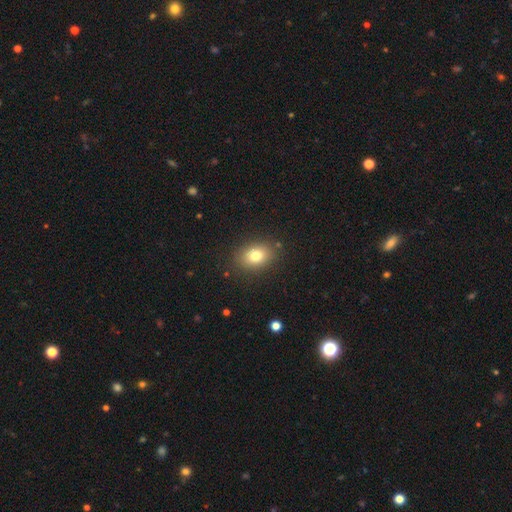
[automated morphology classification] Smooth or featured?
  - smooth: 78% *
  - star or artifact: 11%
  - featured or disk: 11%
How rounded?
  - in between: 67% *
  - round: 32%
  - cigar-shaped: 1%
Merging?
  - none: 86% *
  - minor disturbance: 9%
  - major disturbance: 3%
  - merger: 1%